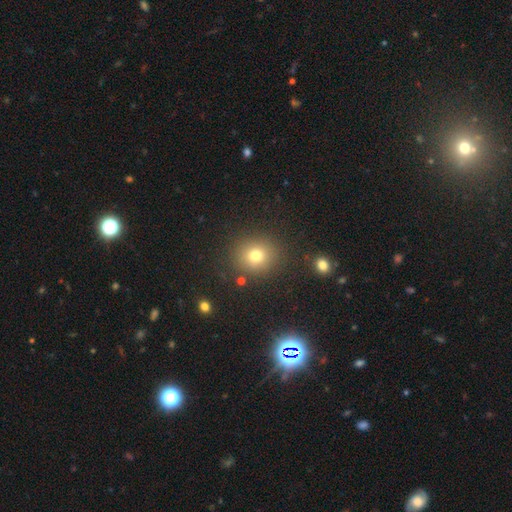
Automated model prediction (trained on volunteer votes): smooth 76%, star or artifact 16%, featured or disk 9%. Down the decision tree: how rounded — round (83%); merging — none (86%).